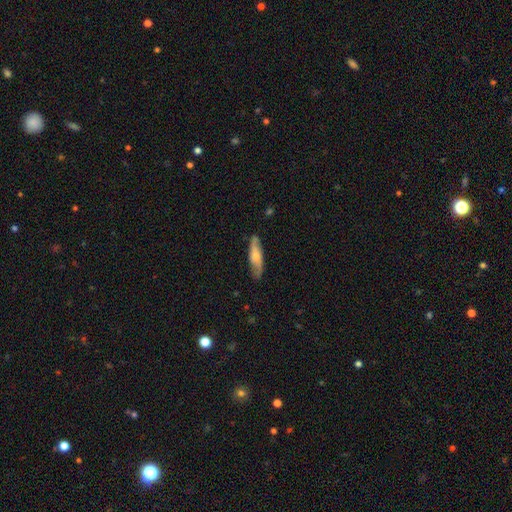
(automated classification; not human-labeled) Smooth or featured? Predicted: smooth (p=0.49). Merging? Predicted: none (p=0.79).